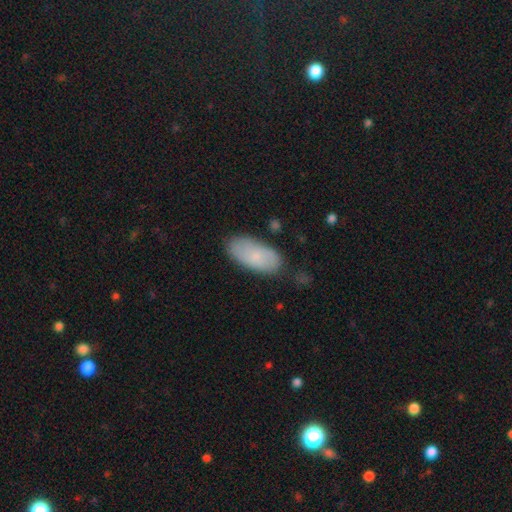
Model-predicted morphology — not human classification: A smooth galaxy with no disk features (75%) that is in between round and cigar-shaped (93%). Merging: none (78%).